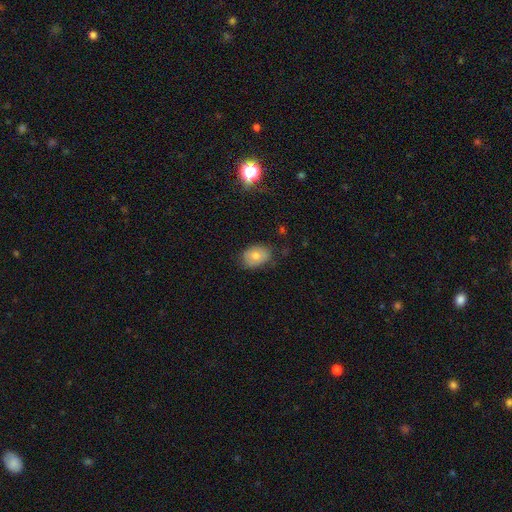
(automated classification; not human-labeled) Smooth or featured? smooth (68%)
How rounded? in between (78%)
Merging? none (75%)